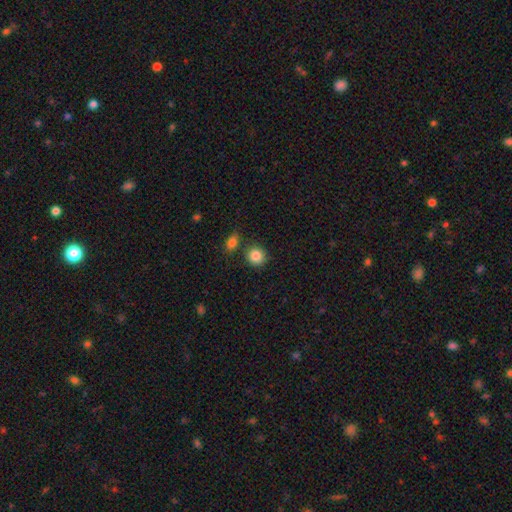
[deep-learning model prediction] Q: Smooth or featured?
A: smooth (85%); runner-up: star or artifact (9%)
Q: How rounded?
A: round (85%); runner-up: in between (14%)
Q: Merging?
A: none (79%); runner-up: merger (10%)